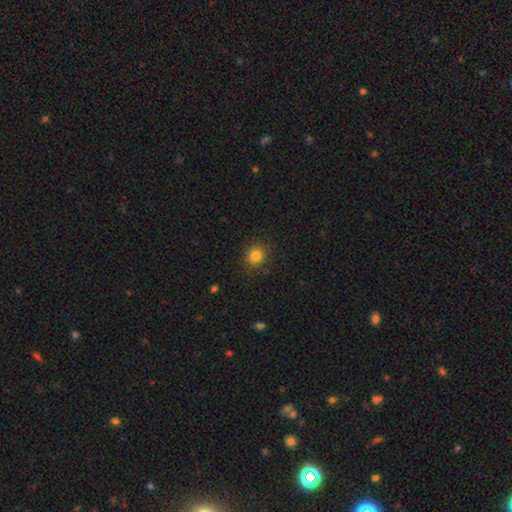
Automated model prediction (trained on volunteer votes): This is clearly a smooth galaxy (83%). How rounded: clearly round (84%). Merging: clearly none (87%).